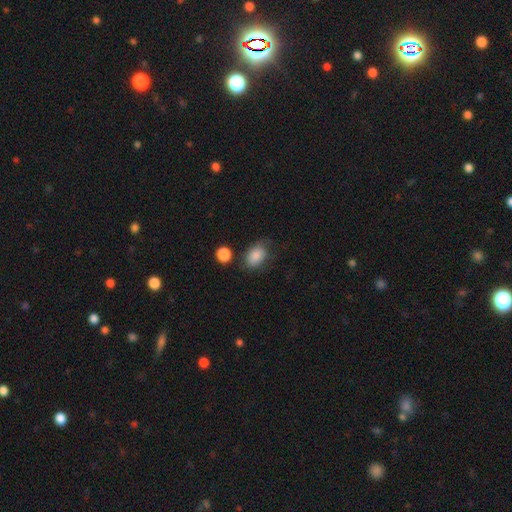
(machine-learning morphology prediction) This appears to be a smooth galaxy with no disk features (84%) that is in between round and cigar-shaped (81%). Merging: none (61%).